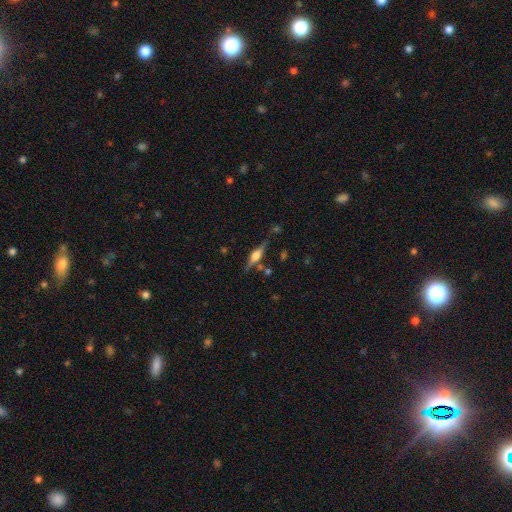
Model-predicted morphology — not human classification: Smooth or featured?
  - featured or disk: 73% *
  - smooth: 20%
  - star or artifact: 7%
Edge-on disk?
  - yes: 97% *
  - no: 3%
Edge-on bulge?
  - rounded: 85% *
  - boxy: 13%
  - none: 2%
Merging?
  - none: 78% *
  - minor disturbance: 13%
  - merger: 6%
  - major disturbance: 3%